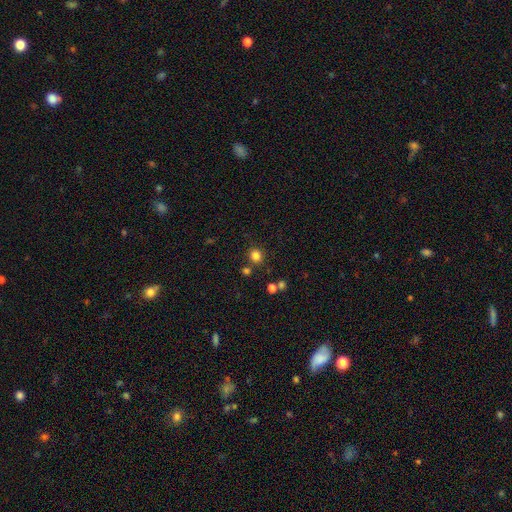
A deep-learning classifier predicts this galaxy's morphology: Smooth or featured? Predicted: smooth (p=0.82). How rounded? Predicted: round (p=0.83). Merging? Predicted: none (p=0.79).